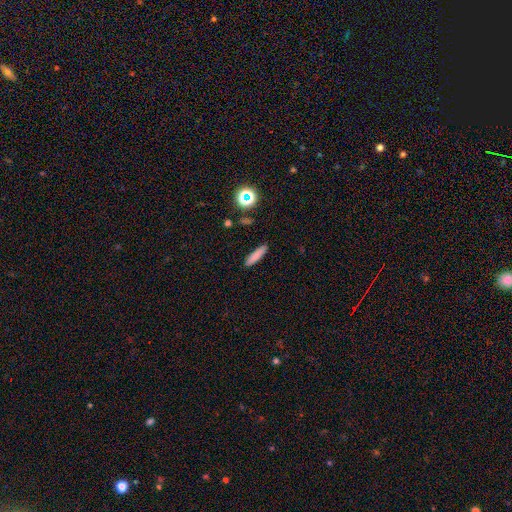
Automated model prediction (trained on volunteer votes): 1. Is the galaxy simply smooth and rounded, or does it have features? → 80% smooth, 11% star or artifact, 9% featured or disk.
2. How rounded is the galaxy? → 80% cigar-shaped, 18% in between, 2% round.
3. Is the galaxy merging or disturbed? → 88% none, 8% minor disturbance, 2% major disturbance, 2% merger.